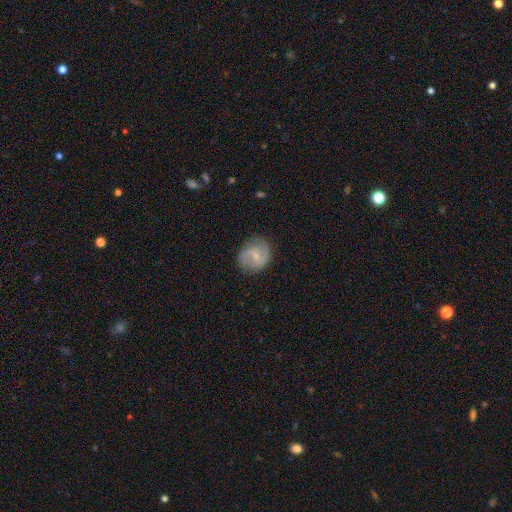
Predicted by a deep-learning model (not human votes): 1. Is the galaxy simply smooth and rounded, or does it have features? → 62% featured or disk, 32% smooth, 7% star or artifact.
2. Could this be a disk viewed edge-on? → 98% no, 2% yes.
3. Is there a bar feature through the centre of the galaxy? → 54% weak, 33% no, 13% strong.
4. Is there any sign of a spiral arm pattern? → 89% yes, 11% no.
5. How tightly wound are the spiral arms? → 48% medium, 34% loose, 18% tight.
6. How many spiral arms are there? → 87% 2, 7% can't tell, 3% 1, 2% 3, 1% 4, 1% more than 4.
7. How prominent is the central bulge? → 60% small, 27% moderate, 11% none, 1% large, 1% dominant.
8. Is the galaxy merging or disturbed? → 78% none, 16% minor disturbance, 5% major disturbance, 1% merger.